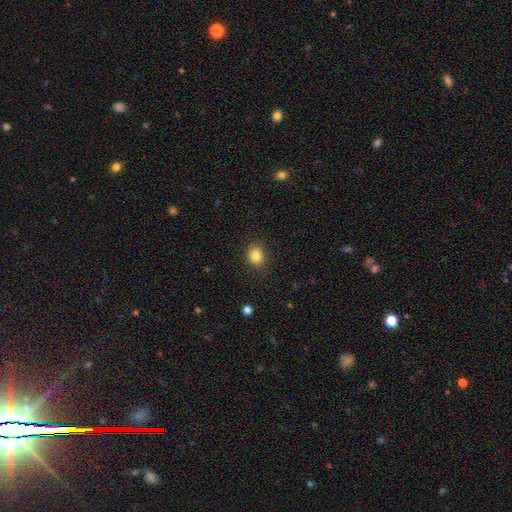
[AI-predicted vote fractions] Smooth or featured? smooth (84%)
How rounded? round (72%)
Merging? none (88%)